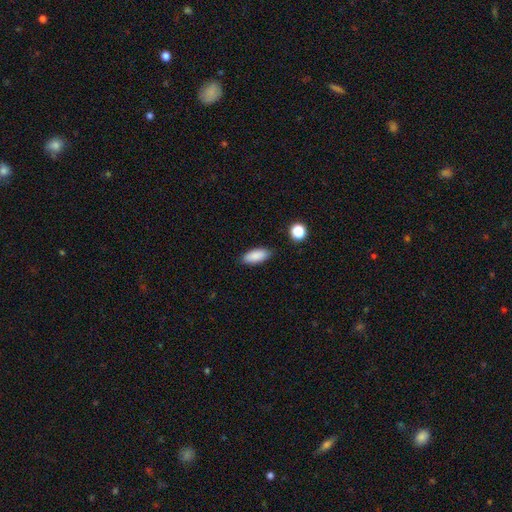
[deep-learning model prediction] Morphology: type=smooth (88%); roundness=in between (85%); merging=none (86%).